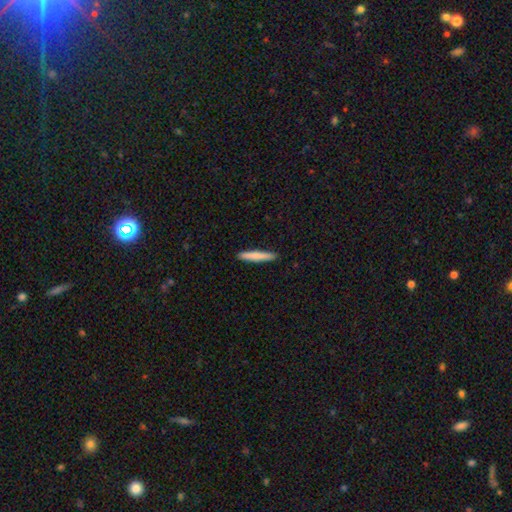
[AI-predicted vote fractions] smooth 79%, featured or disk 16%, star or artifact 5%. Down the decision tree: how rounded — cigar-shaped (95%); merging — none (92%).